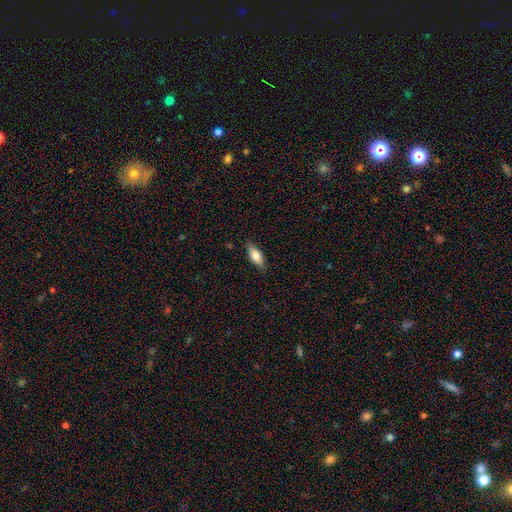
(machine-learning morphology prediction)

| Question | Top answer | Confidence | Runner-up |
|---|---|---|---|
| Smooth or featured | smooth | 73% | featured or disk (21%) |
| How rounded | in between | 69% | cigar-shaped (28%) |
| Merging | none | 85% | minor disturbance (12%) |